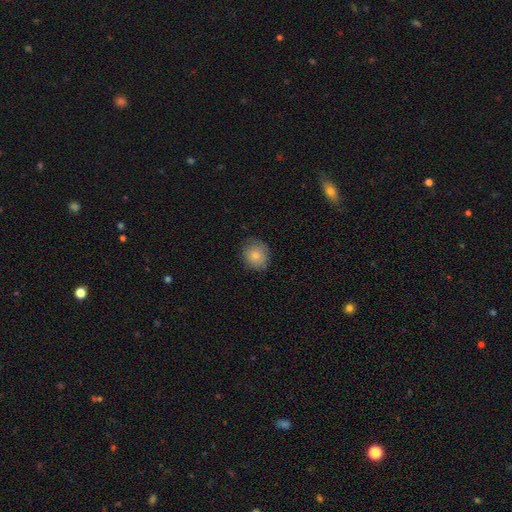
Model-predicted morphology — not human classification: Smooth or featured? Predicted: smooth (p=0.82). How rounded? Predicted: round (p=0.80). Merging? Predicted: none (p=0.79).